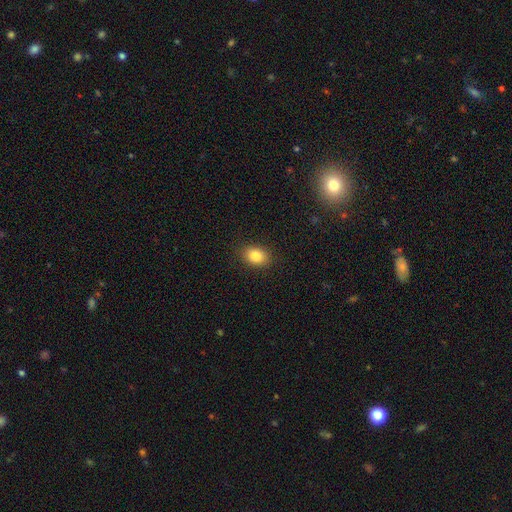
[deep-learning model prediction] smooth-or-featured: smooth: 85% | star or artifact: 9% | featured or disk: 6%
  how-rounded: in between: 68% | round: 31% | cigar-shaped: 1%
  merging: none: 88% | minor disturbance: 9% | major disturbance: 2% | merger: 1%